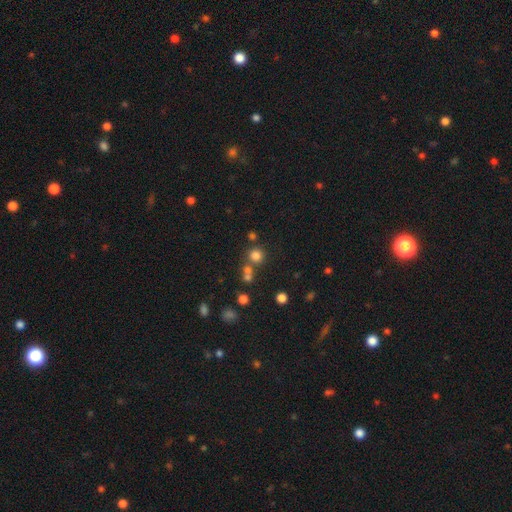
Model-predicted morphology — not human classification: smooth 75%, star or artifact 18%, featured or disk 7%. Down the decision tree: how rounded — round (91%); merging — none (68%).